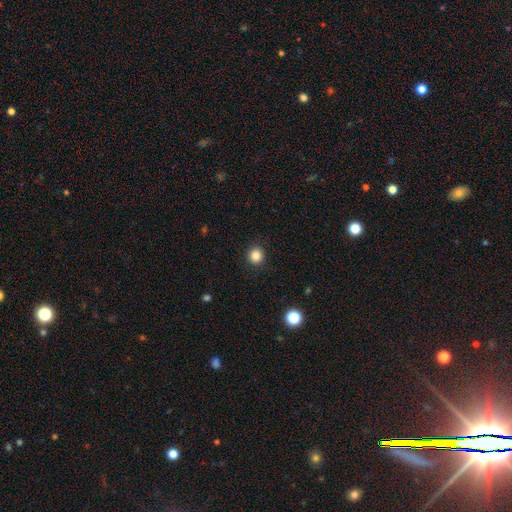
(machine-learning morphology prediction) Smooth or featured? Predicted: smooth (p=0.85). How rounded? Predicted: round (p=0.91). Merging? Predicted: none (p=0.91).